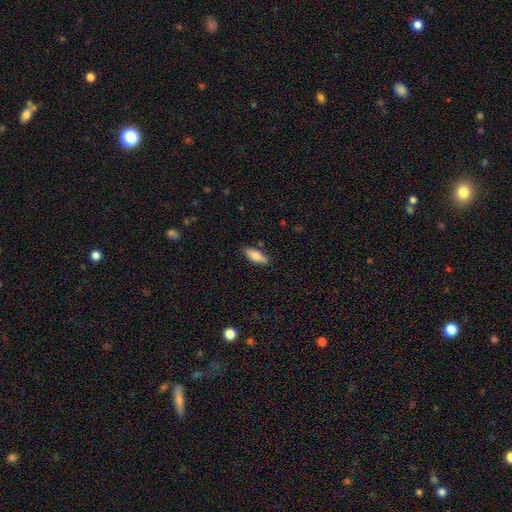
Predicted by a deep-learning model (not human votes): Overall: smooth (77%). How rounded: in between (73%). Merging: none (84%).